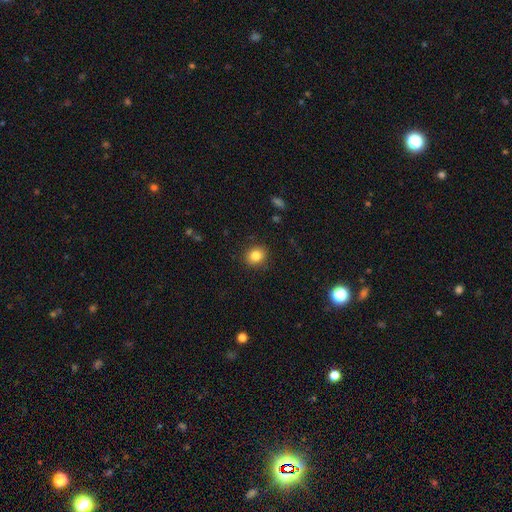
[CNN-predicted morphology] smooth 84%, star or artifact 10%, featured or disk 6%. Down the decision tree: how rounded — round (71%); merging — none (89%).